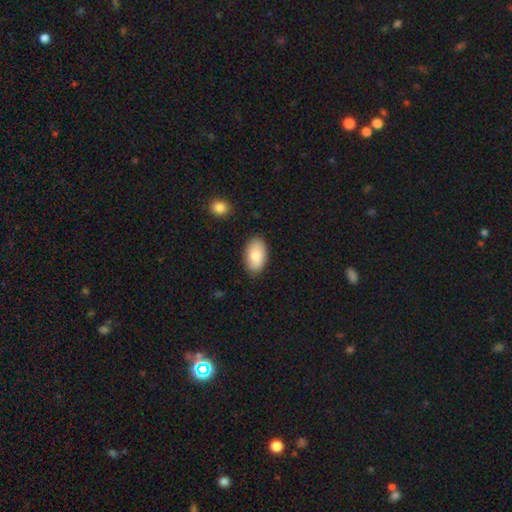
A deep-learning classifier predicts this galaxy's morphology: Q: Smooth or featured?
A: smooth (84%); runner-up: featured or disk (10%)
Q: How rounded?
A: in between (94%); runner-up: round (4%)
Q: Merging?
A: none (86%); runner-up: minor disturbance (10%)